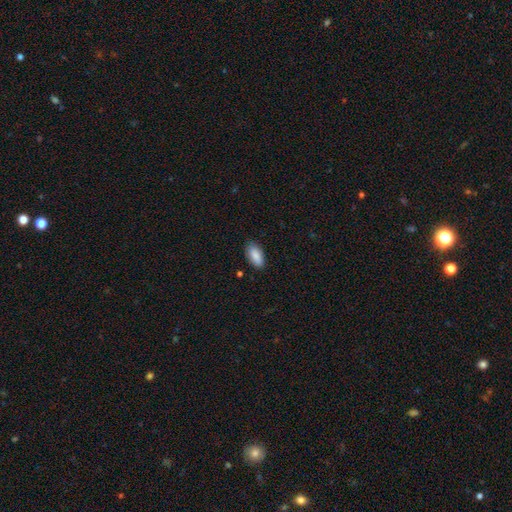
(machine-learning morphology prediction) Q: Smooth or featured?
A: smooth (88%); runner-up: star or artifact (7%)
Q: How rounded?
A: in between (88%); runner-up: cigar-shaped (9%)
Q: Merging?
A: none (83%); runner-up: minor disturbance (13%)